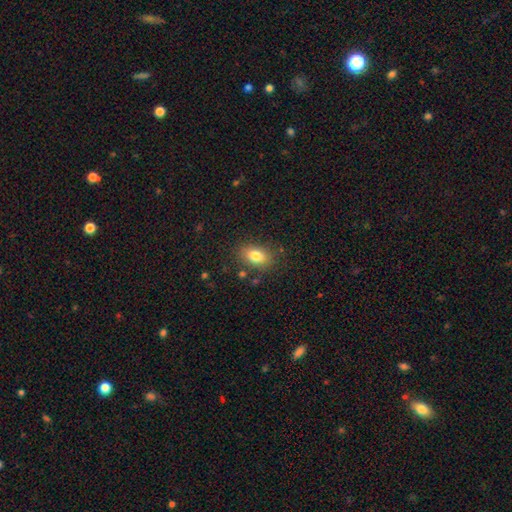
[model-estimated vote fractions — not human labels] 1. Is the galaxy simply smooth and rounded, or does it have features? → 80% smooth, 10% featured or disk, 9% star or artifact.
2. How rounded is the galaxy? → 83% in between, 14% round, 2% cigar-shaped.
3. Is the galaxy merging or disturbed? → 81% none, 12% minor disturbance, 4% major disturbance, 3% merger.